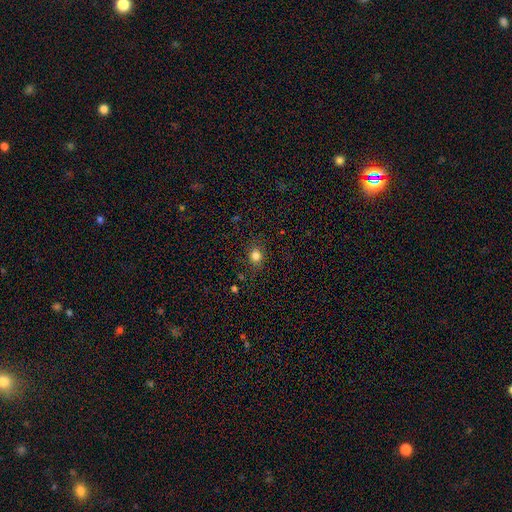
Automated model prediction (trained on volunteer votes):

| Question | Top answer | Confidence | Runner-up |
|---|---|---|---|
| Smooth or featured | smooth | 80% | star or artifact (14%) |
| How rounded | round | 80% | in between (19%) |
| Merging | none | 84% | minor disturbance (11%) |